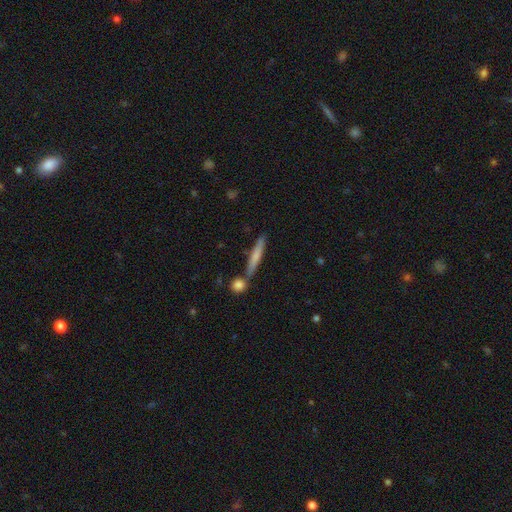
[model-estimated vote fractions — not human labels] The model was most divided on "smooth or featured": smooth: 65%, featured or disk: 29%, star or artifact: 6%. More confident: how rounded — cigar-shaped (92%); merging — none (74%).